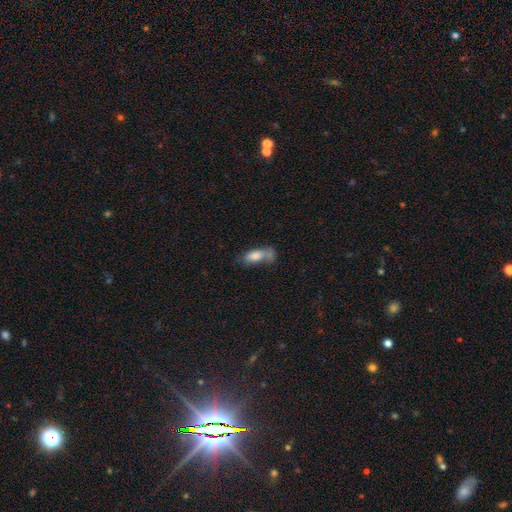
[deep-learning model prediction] This appears to be a smooth galaxy with no disk features (74%) that is in between round and cigar-shaped (74%). Merging: none (32%).